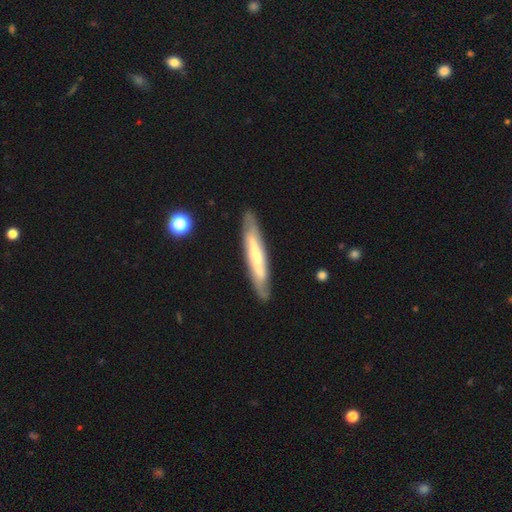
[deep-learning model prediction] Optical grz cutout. It shows a featured or disk galaxy (59%) viewed edge-on (73%). Merging: none (84%).